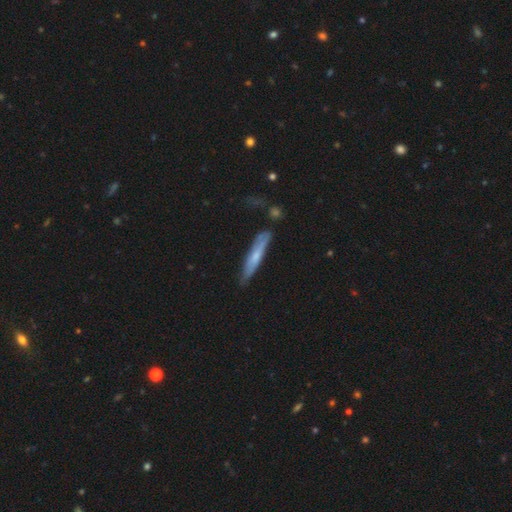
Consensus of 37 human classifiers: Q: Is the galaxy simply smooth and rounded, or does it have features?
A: smooth — 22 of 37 (59%).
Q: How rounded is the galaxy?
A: cigar-shaped — 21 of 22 (95%).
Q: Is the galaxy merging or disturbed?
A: none — 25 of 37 (68%).